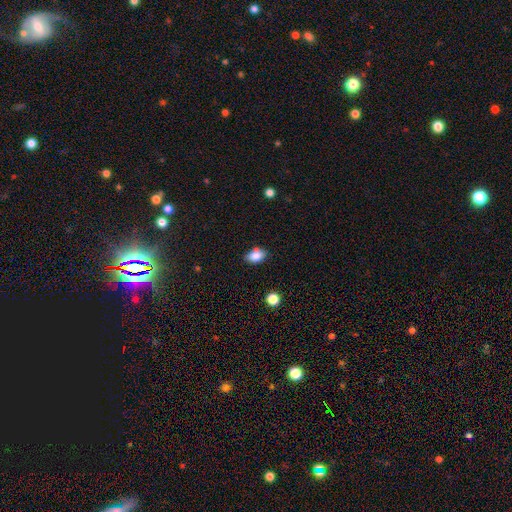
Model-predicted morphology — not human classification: This is clearly a smooth galaxy (84%). How rounded: clearly in between (82%). Merging: likely none (68%).